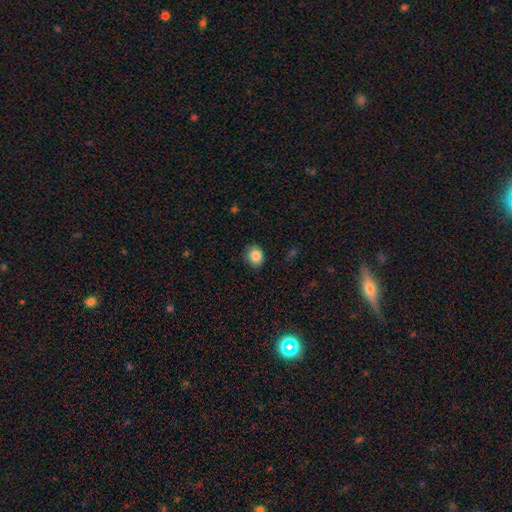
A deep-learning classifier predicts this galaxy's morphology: Q: Smooth or featured?
A: smooth (86%); runner-up: star or artifact (9%)
Q: How rounded?
A: round (62%); runner-up: in between (37%)
Q: Merging?
A: none (82%); runner-up: minor disturbance (15%)